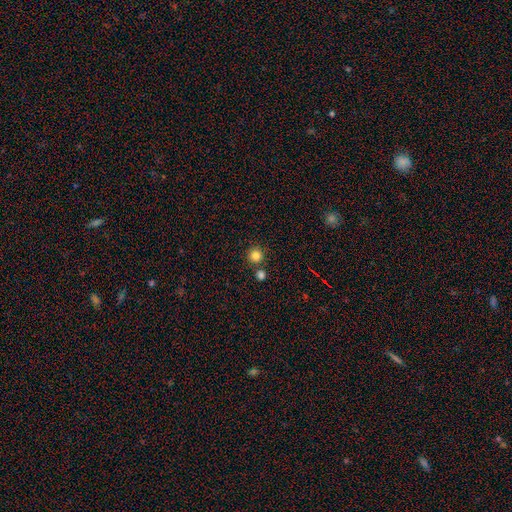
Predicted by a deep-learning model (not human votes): Q: Smooth or featured?
A: smooth (83%); runner-up: star or artifact (12%)
Q: How rounded?
A: round (95%); runner-up: in between (5%)
Q: Merging?
A: none (80%); runner-up: merger (11%)